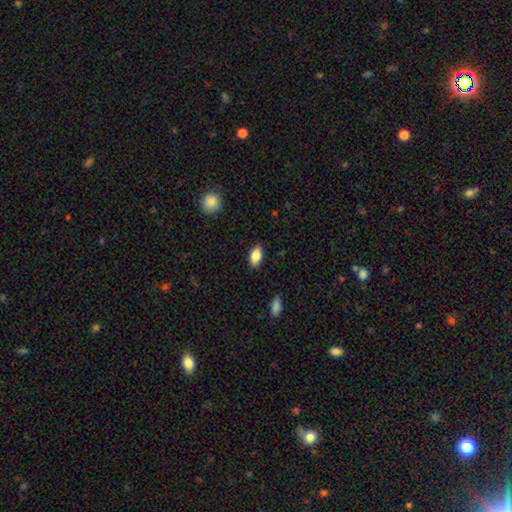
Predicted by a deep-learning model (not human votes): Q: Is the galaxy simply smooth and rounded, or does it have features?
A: smooth — 85%.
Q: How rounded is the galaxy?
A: in between — 91%.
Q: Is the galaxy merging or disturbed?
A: none — 86%.